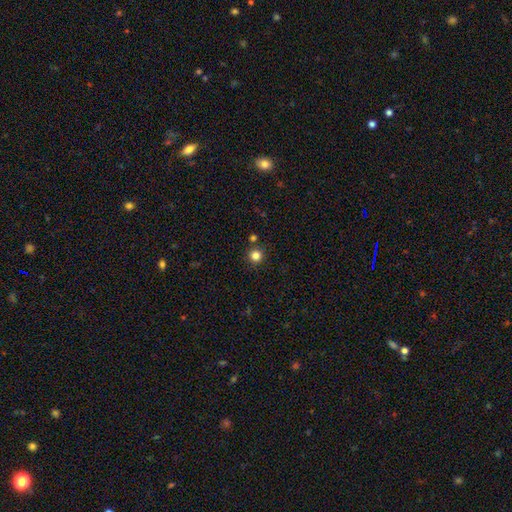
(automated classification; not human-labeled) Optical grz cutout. It shows a smooth galaxy with no disk features (82%) that is round (96%). Merging: none (88%).